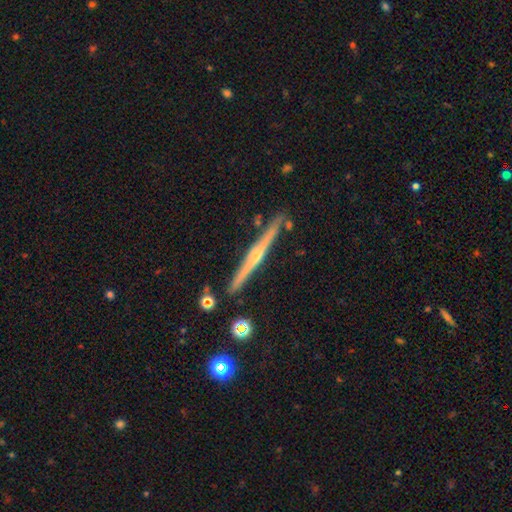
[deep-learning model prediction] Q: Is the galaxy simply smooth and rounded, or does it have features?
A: featured or disk — 79%.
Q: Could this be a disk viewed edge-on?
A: yes — 98%.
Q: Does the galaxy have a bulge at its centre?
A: rounded — 75%.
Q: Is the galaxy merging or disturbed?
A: none — 88%.